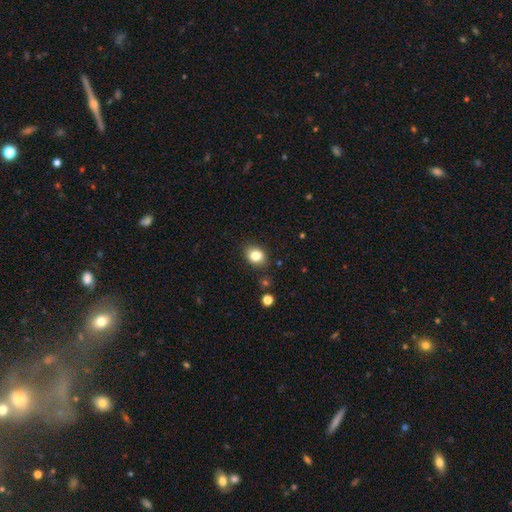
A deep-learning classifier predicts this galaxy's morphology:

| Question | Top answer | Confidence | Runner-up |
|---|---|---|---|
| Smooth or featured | smooth | 83% | star or artifact (10%) |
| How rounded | in between | 51% | round (48%) |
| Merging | none | 84% | minor disturbance (11%) |